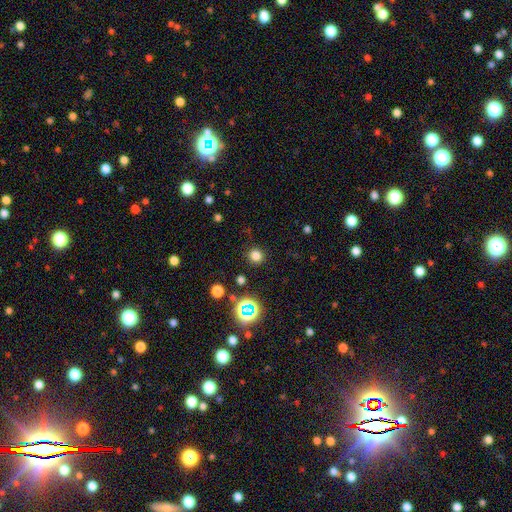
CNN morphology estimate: Smooth or featured: smooth — 77% (star or artifact — 19%)
How rounded: round — 92% (in between — 7%)
Merging: none — 89% (minor disturbance — 7%)